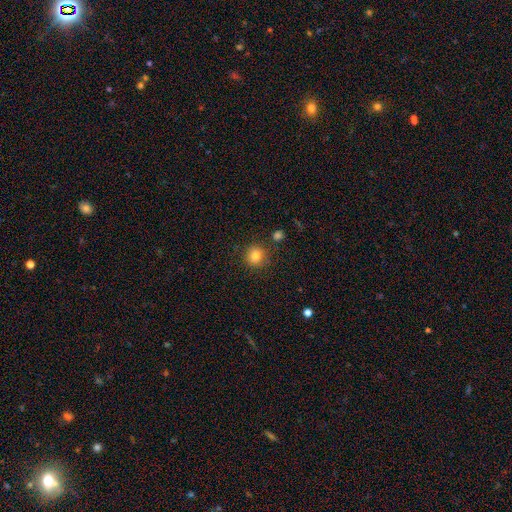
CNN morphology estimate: Smooth or featured: smooth — 82% (star or artifact — 12%)
How rounded: round — 92% (in between — 7%)
Merging: none — 85% (minor disturbance — 9%)